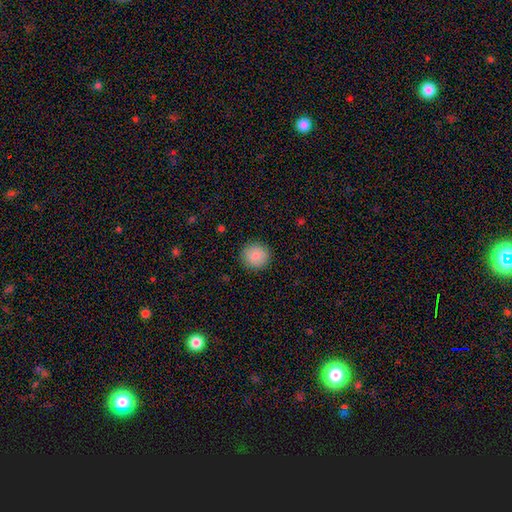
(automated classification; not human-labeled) Smooth or featured? smooth (88%)
How rounded? round (90%)
Merging? none (90%)